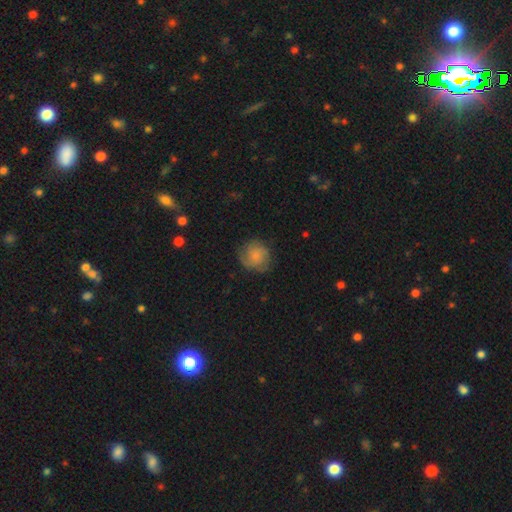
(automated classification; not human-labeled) This appears to be a smooth galaxy with no disk features (53%) that is round (85%). Merging: none (73%).